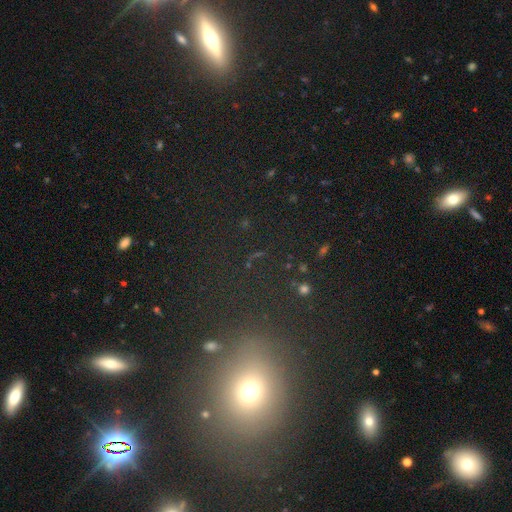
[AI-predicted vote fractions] Q: Smooth or featured?
A: star or artifact (44%); runner-up: smooth (41%)